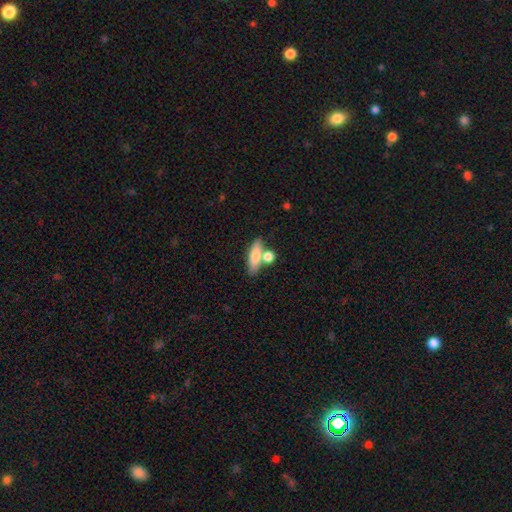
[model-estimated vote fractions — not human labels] A smooth galaxy with no disk features (75%) that is in between round and cigar-shaped (50%). Merging: none (54%).